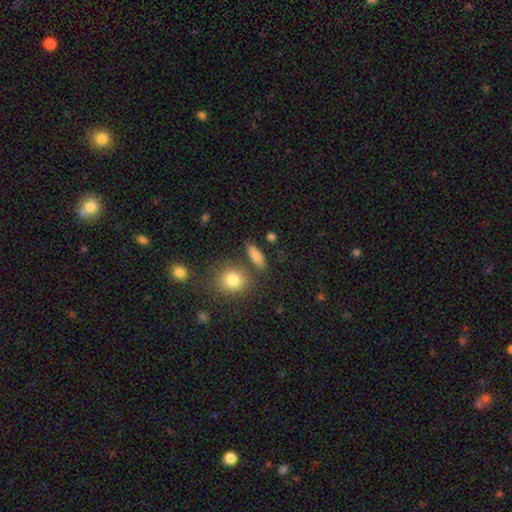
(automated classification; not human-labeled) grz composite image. It shows a smooth galaxy with no disk features (81%) that is in between round and cigar-shaped (52%). Merging: none (78%).